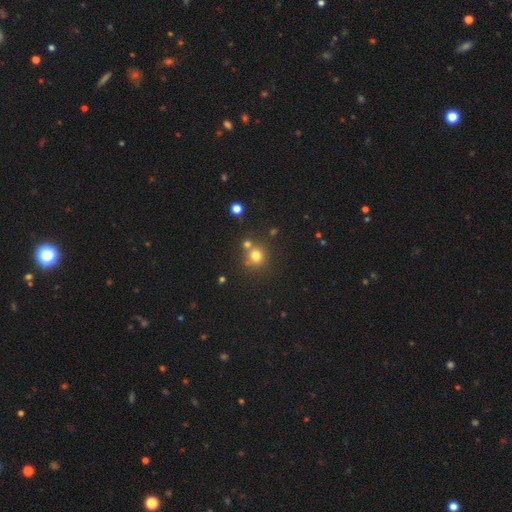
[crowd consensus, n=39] smooth_or_featured: smooth (p=0.79) [alt: featured or disk p=0.10]
how_rounded: round (p=0.97) [alt: in between p=0.03]
merging: none (p=0.71) [alt: merger p=0.20]